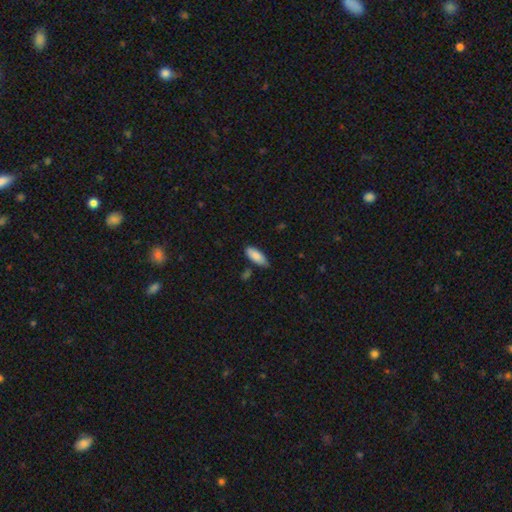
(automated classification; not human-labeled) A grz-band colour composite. It shows a smooth galaxy with no disk features (85%) that is in between round and cigar-shaped (77%). Merging: none (71%).